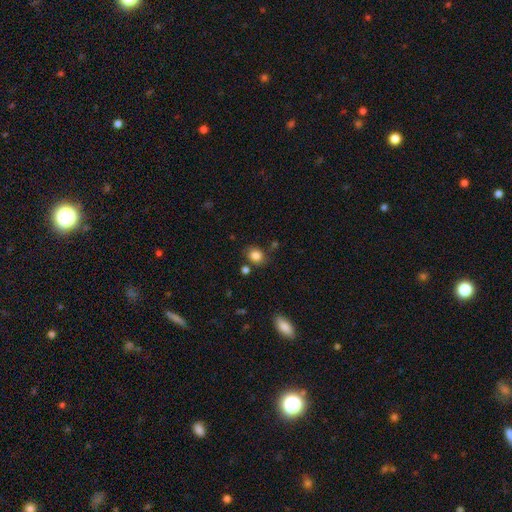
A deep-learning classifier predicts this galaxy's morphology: Smooth or featured? smooth (83%)
How rounded? round (59%)
Merging? none (76%)